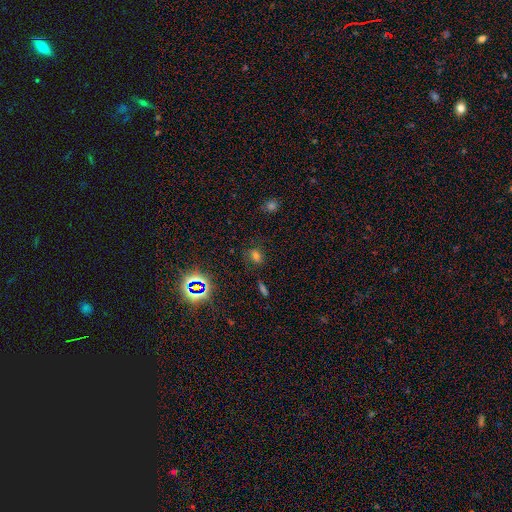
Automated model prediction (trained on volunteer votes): A smooth galaxy with no disk features (58%) that is in between round and cigar-shaped (61%). Merging: none (74%).